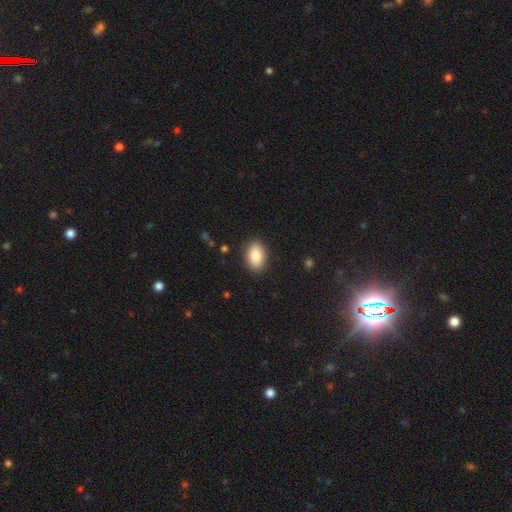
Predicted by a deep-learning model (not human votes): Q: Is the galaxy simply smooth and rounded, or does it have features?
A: smooth — 89%.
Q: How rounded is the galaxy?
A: in between — 91%.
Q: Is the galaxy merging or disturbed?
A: none — 88%.